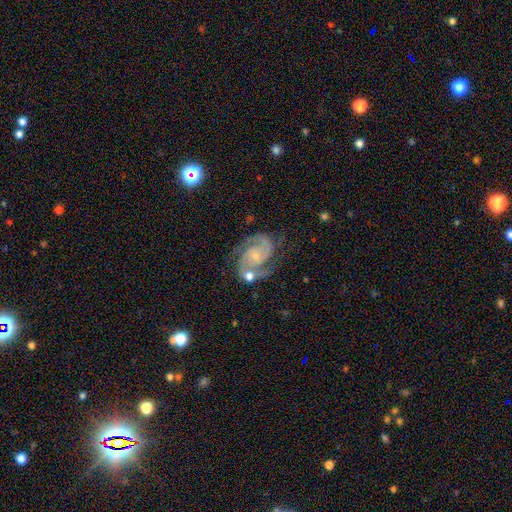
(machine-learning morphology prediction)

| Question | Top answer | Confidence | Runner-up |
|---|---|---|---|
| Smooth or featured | featured or disk | 90% | star or artifact (5%) |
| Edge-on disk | no | 98% | yes (2%) |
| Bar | no | 65% | weak (28%) |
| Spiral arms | yes | 98% | no (2%) |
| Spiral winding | medium | 53% | tight (38%) |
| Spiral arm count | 2 | 86% | 3 (7%) |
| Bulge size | small | 72% | moderate (22%) |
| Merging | none | 62% | minor disturbance (17%) |